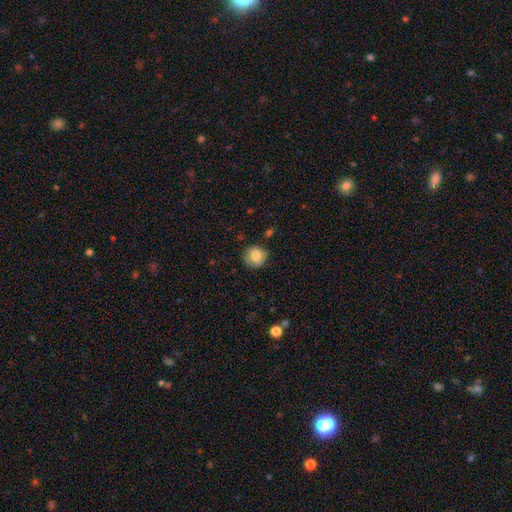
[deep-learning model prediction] A smooth galaxy with no disk features (76%) that is round (85%). Merging: none (81%).